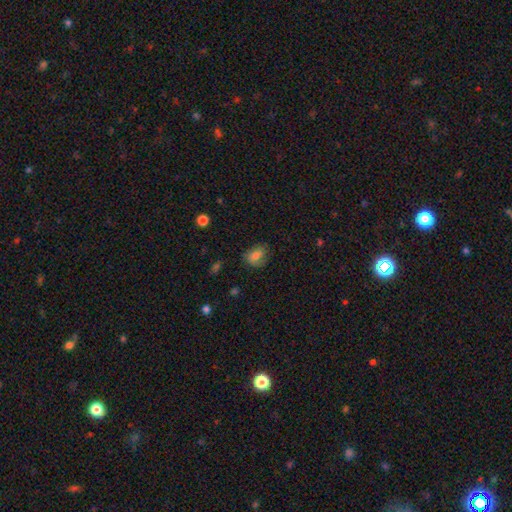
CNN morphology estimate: smooth_or_featured: smooth (p=0.73) [alt: featured or disk p=0.16]
how_rounded: in between (p=0.64) [alt: round p=0.34]
merging: none (p=0.62) [alt: minor disturbance p=0.26]